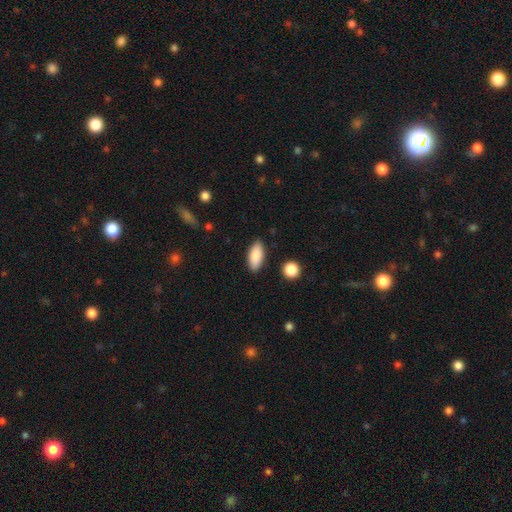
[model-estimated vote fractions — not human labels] Smooth or featured? smooth (88%)
How rounded? in between (87%)
Merging? none (87%)